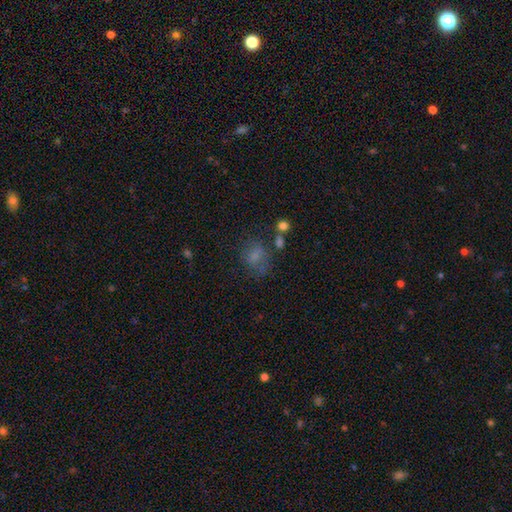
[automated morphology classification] Smooth or featured?
  - smooth: 64% *
  - star or artifact: 19%
  - featured or disk: 17%
How rounded?
  - round: 49% * (tied)
  - in between: 49% * (tied)
  - cigar-shaped: 1%
Merging?
  - none: 50% *
  - minor disturbance: 22%
  - major disturbance: 19%
  - merger: 9%